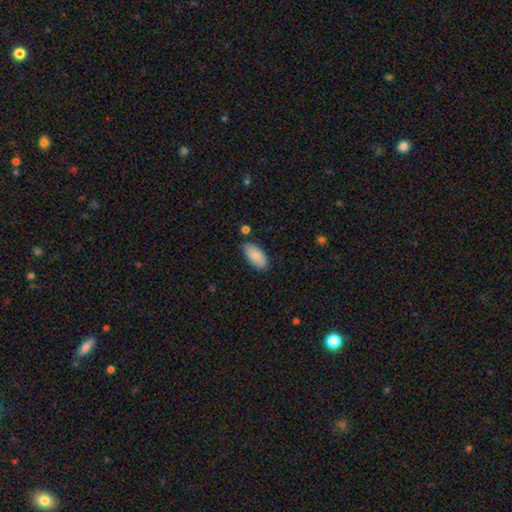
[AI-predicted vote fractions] Overall: smooth (88%). How rounded: in between (92%). Merging: none (81%).